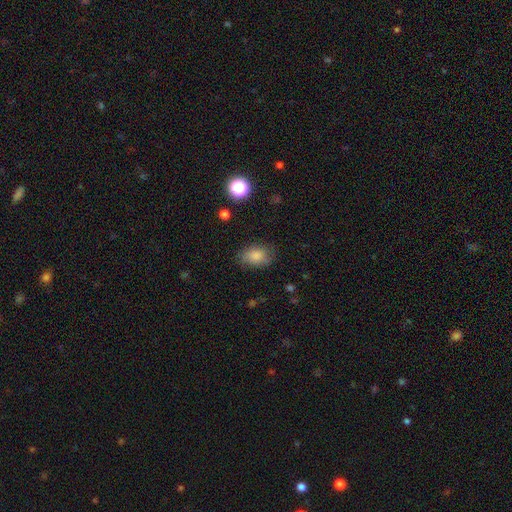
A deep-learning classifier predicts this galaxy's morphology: Smooth or featured? Predicted: smooth (p=0.82). How rounded? Predicted: in between (p=0.79). Merging? Predicted: none (p=0.74).